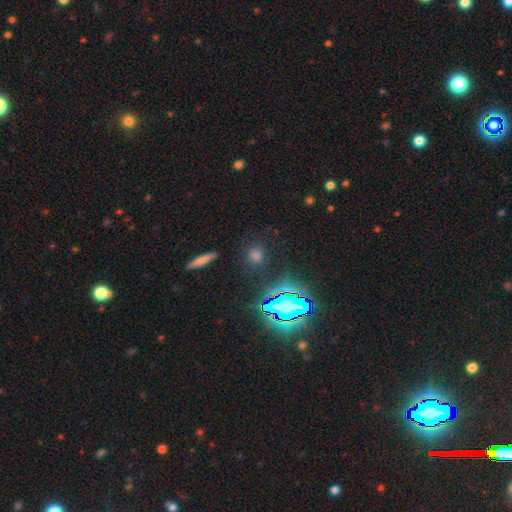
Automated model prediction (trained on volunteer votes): Smooth or featured? Predicted: smooth (p=0.52). How rounded? Predicted: round (p=0.81). Merging? Predicted: none (p=0.85).